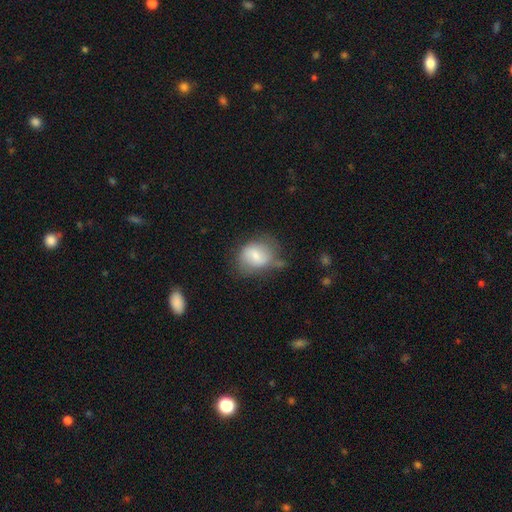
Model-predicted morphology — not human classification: A smooth galaxy with no disk features (66%) that is round (51%).

Vote fractions:
- Smooth or featured? smooth: 66% / featured or disk: 26% / star or artifact: 8%
- How rounded? round: 51% / in between: 48% / cigar-shaped: 1%
- Merging? none: 43% / minor disturbance: 33% / major disturbance: 17% / merger: 7%